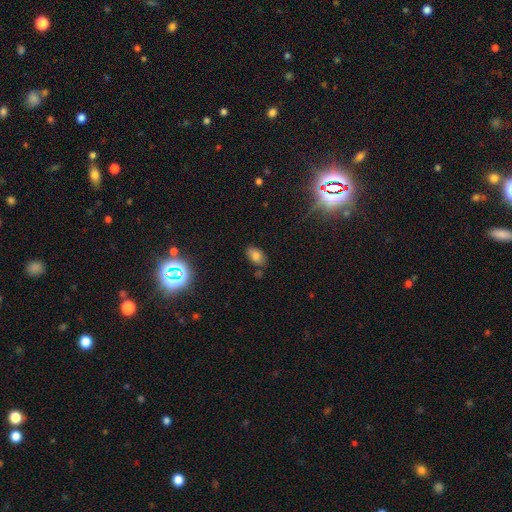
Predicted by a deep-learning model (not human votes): smooth_or_featured: smooth (p=0.75) [alt: star or artifact p=0.15]
how_rounded: in between (p=0.90) [alt: round p=0.08]
merging: none (p=0.76) [alt: minor disturbance p=0.15]